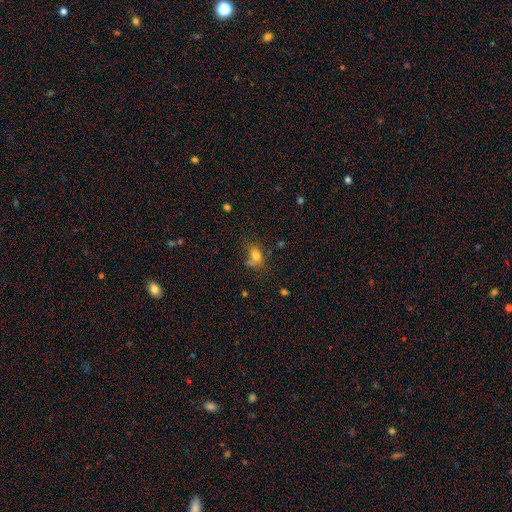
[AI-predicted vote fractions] The model was most divided on "merging": none: 53%, minor disturbance: 24%, merger: 13%, major disturbance: 11%. More confident: smooth or featured — smooth (77%); how rounded — in between (65%).